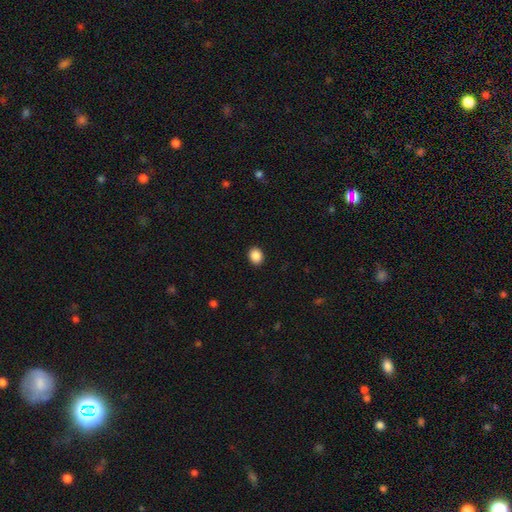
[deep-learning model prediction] This is clearly a smooth galaxy (89%). How rounded: possibly round (59%). Merging: clearly none (92%).